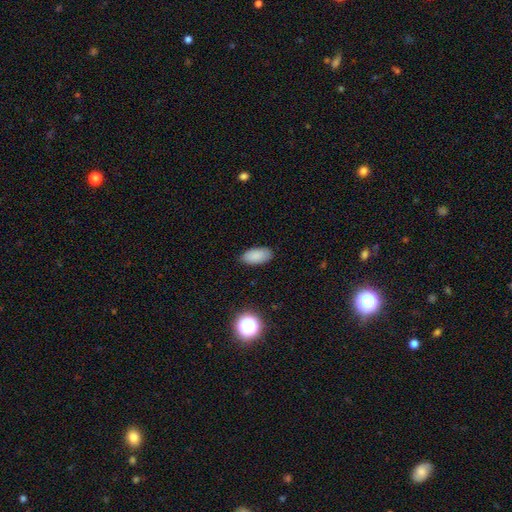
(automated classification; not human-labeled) A smooth galaxy with no disk features (86%) that is in between round and cigar-shaped (92%).

Vote fractions:
- Smooth or featured? smooth: 86% / star or artifact: 9% / featured or disk: 5%
- How rounded? in between: 92% / cigar-shaped: 5% / round: 3%
- Merging? none: 87% / minor disturbance: 10% / major disturbance: 2% / merger: 1%